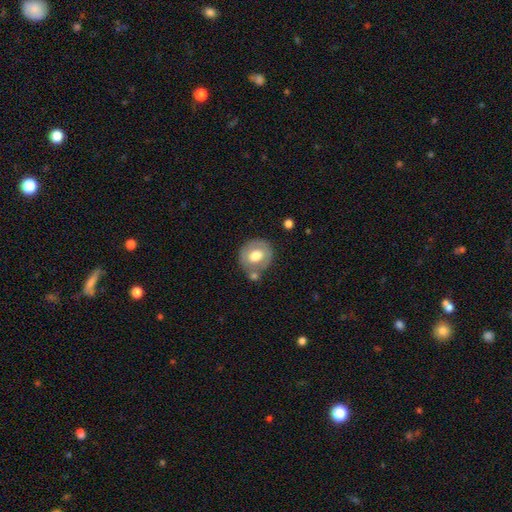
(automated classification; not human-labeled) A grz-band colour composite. It shows a smooth galaxy with no disk features (59%) that is round (71%). Merging: none (64%).